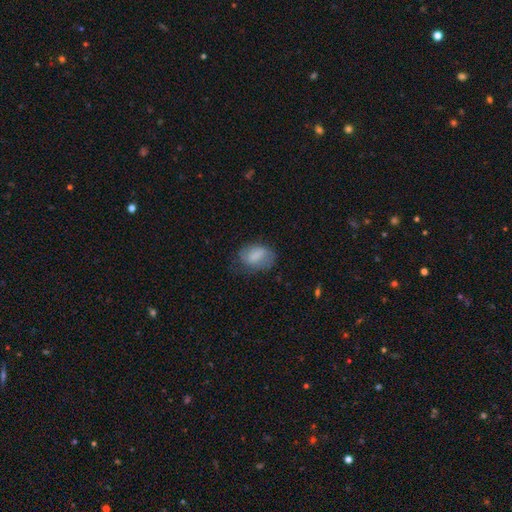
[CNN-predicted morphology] Q: Smooth or featured?
A: smooth (73%); runner-up: featured or disk (19%)
Q: How rounded?
A: in between (82%); runner-up: round (16%)
Q: Merging?
A: none (55%); runner-up: minor disturbance (29%)